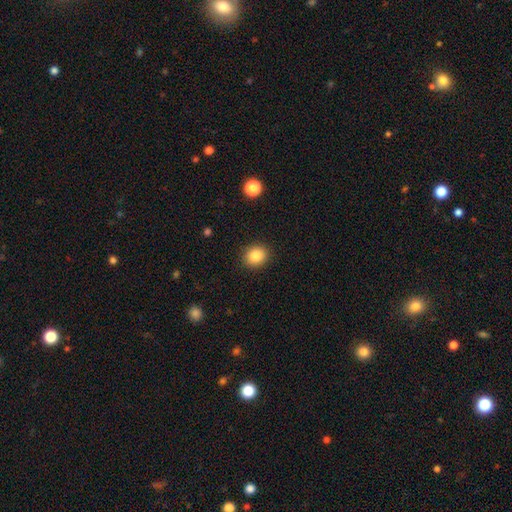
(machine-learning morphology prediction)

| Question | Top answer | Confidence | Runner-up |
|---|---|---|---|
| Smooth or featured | smooth | 85% | star or artifact (9%) |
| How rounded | round | 71% | in between (29%) |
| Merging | none | 90% | minor disturbance (7%) |